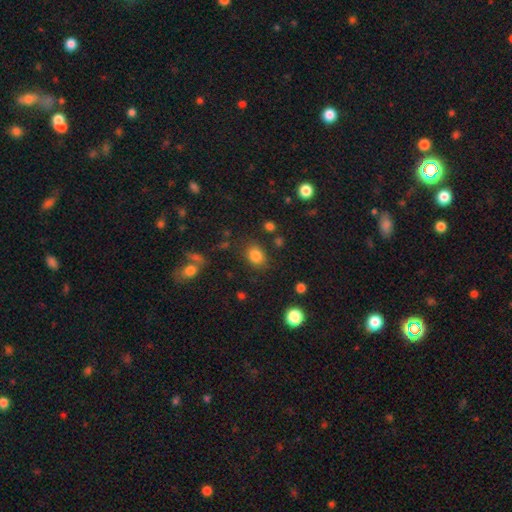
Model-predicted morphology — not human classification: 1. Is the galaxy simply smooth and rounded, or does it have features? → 82% smooth, 12% star or artifact, 6% featured or disk.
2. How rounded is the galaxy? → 52% in between, 47% round, 1% cigar-shaped.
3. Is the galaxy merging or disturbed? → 80% none, 12% minor disturbance, 4% major disturbance, 3% merger.